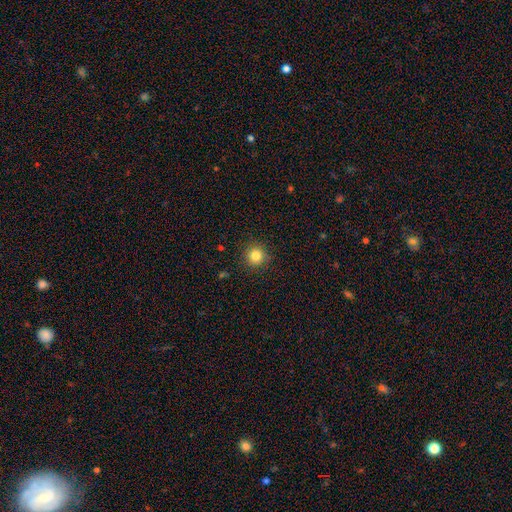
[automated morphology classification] smooth_or_featured: smooth (p=0.83) [alt: star or artifact p=0.12]
how_rounded: round (p=0.94) [alt: in between p=0.05]
merging: none (p=0.91) [alt: minor disturbance p=0.06]